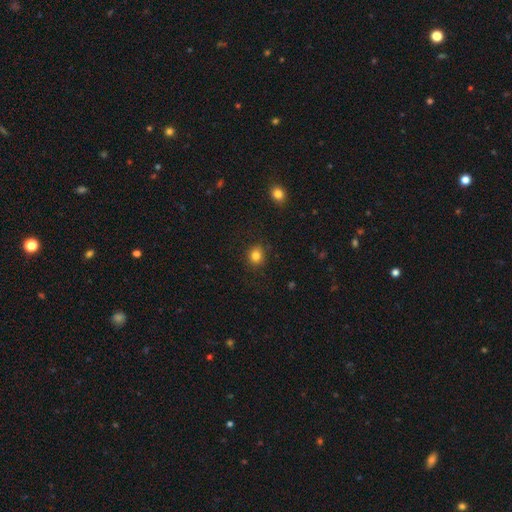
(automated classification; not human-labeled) smooth-or-featured: smooth: 84% | star or artifact: 12% | featured or disk: 5%
  how-rounded: round: 82% | in between: 18% | cigar-shaped: 1%
  merging: none: 87% | minor disturbance: 9% | major disturbance: 3% | merger: 1%